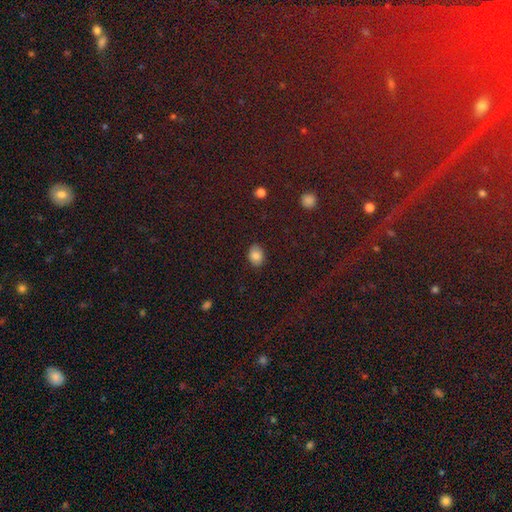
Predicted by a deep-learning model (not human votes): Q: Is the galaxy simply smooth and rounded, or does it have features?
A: smooth — 83%.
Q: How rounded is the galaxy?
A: in between — 75%.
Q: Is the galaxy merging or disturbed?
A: none — 86%.